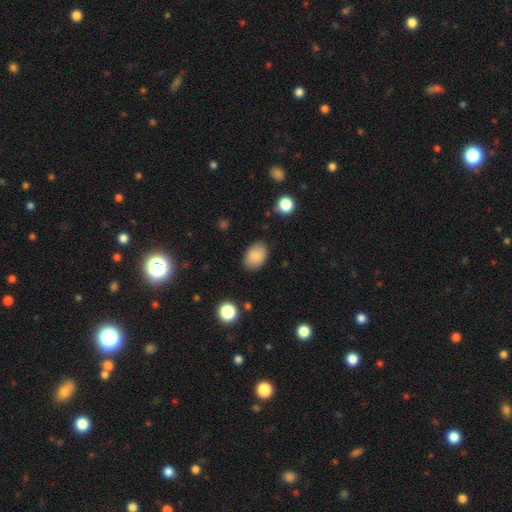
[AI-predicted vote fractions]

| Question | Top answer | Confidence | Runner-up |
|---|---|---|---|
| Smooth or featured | smooth | 86% | star or artifact (8%) |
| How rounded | in between | 82% | round (17%) |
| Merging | none | 84% | minor disturbance (11%) |